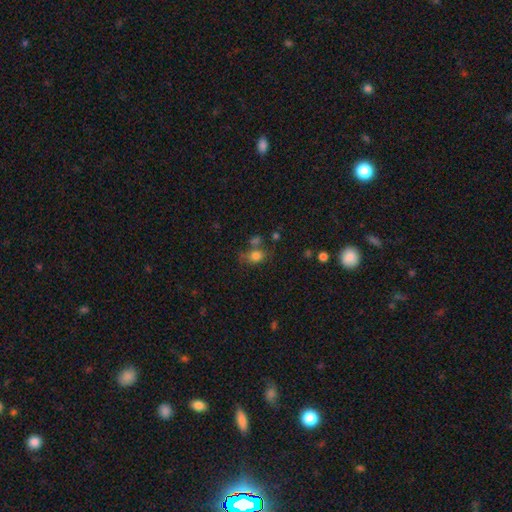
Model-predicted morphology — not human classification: Smooth or featured?
  - smooth: 76% *
  - star or artifact: 13%
  - featured or disk: 12%
How rounded?
  - in between: 66% *
  - round: 31%
  - cigar-shaped: 3%
Merging?
  - none: 50% *
  - minor disturbance: 20%
  - merger: 20%
  - major disturbance: 10%